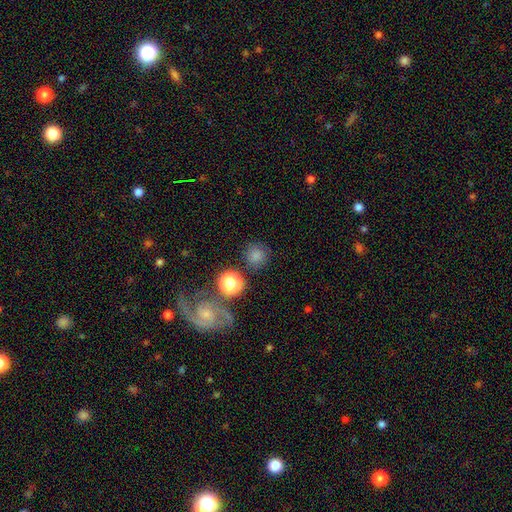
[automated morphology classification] type=smooth (76%); roundness=round (92%); merging=none (82%).